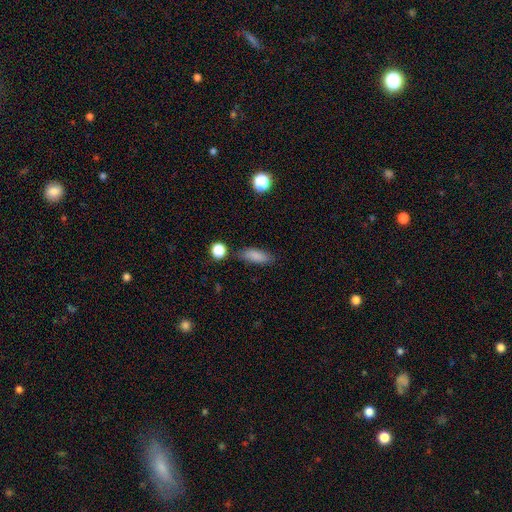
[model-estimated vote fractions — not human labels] This appears to be a smooth galaxy with no disk features (84%) that is in between round and cigar-shaped (66%). Merging: none (78%).